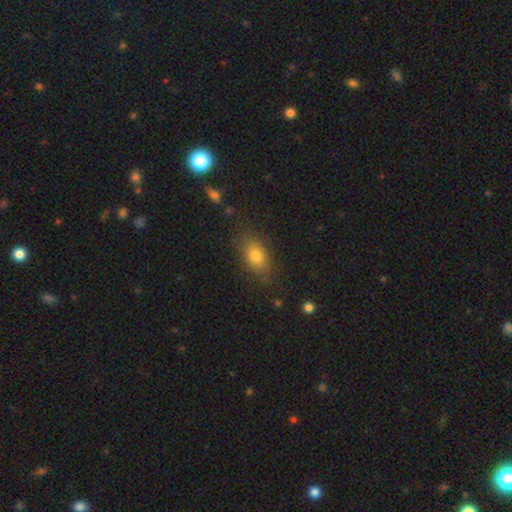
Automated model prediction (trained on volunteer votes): This is likely a smooth galaxy (77%). How rounded: clearly in between (80%). Merging: clearly none (80%).